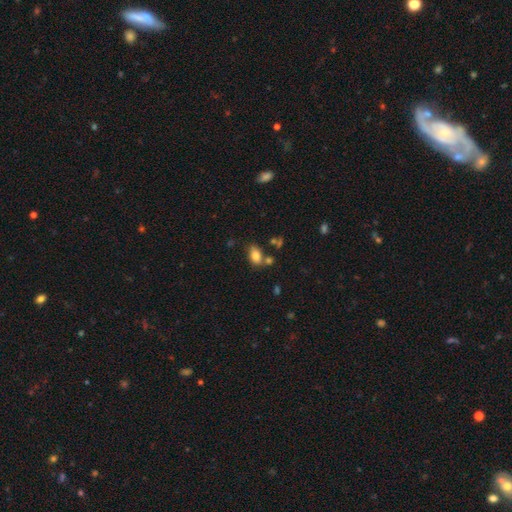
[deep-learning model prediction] Q: Smooth or featured?
A: smooth (82%); runner-up: star or artifact (10%)
Q: How rounded?
A: in between (87%); runner-up: round (11%)
Q: Merging?
A: none (62%); runner-up: merger (17%)